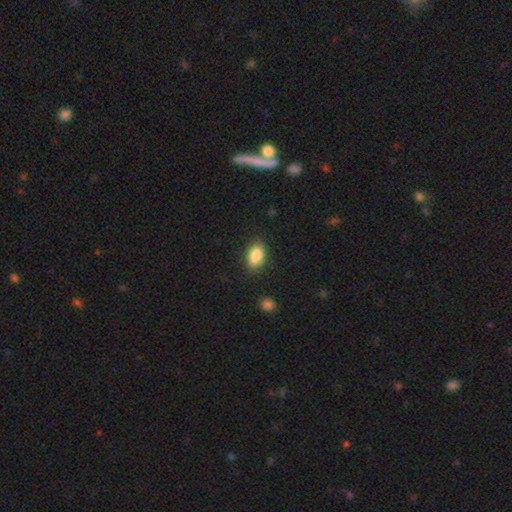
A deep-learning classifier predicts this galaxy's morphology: The model was most divided on "merging": none: 86%, minor disturbance: 10%, major disturbance: 3%, merger: 1%. More confident: how rounded — in between (89%); smooth or featured — smooth (87%).